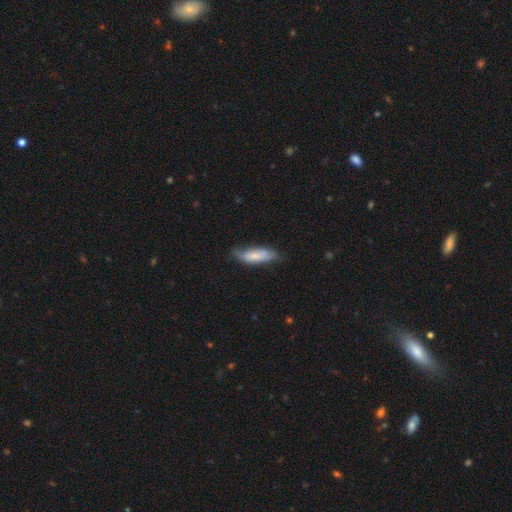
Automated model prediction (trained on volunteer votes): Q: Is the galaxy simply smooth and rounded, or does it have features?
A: smooth — 70%.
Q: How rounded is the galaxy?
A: in between — 51%.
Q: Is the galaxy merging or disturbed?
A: none — 62%.